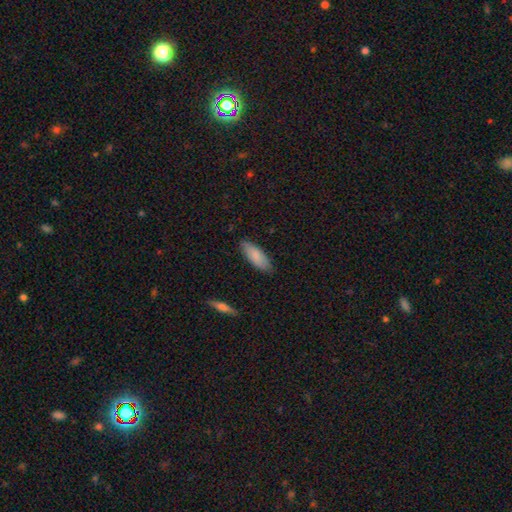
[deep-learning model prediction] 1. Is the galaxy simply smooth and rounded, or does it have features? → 84% smooth, 10% featured or disk, 6% star or artifact.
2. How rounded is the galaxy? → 70% in between, 29% cigar-shaped, 1% round.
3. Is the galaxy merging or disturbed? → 83% none, 13% minor disturbance, 2% major disturbance, 1% merger.